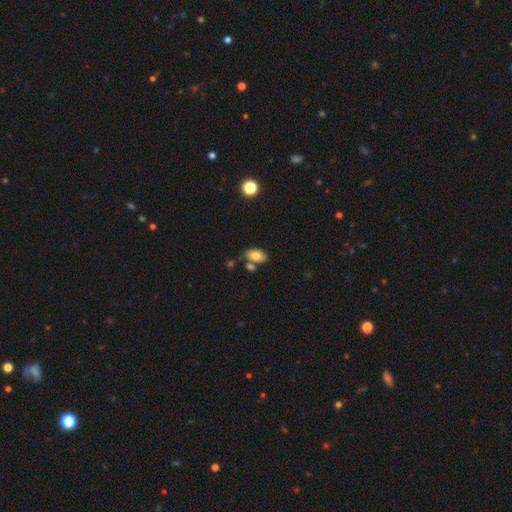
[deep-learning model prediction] Smooth or featured: smooth — 79% (featured or disk — 13%)
How rounded: in between — 91% (round — 7%)
Merging: none — 65% (merger — 17%)